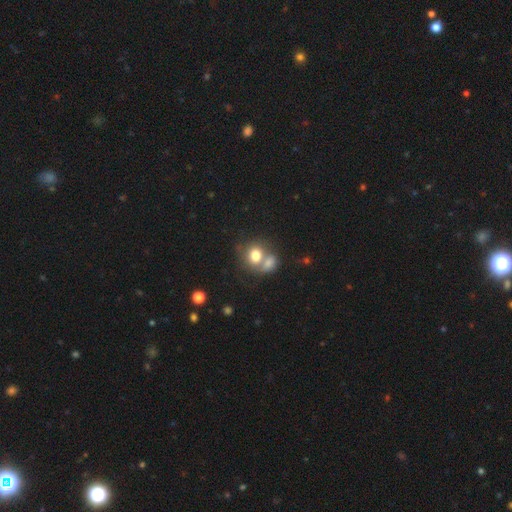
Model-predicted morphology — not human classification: This appears to be a smooth galaxy with no disk features (76%) that is round (67%). Merging: merger (55%).